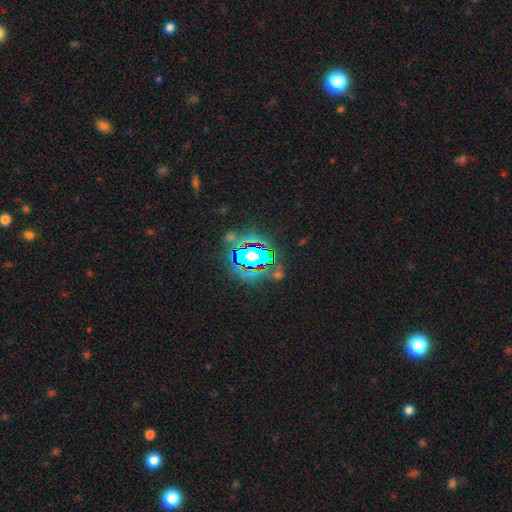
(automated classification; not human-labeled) Smooth or featured: star or artifact — 69% (smooth — 17%)